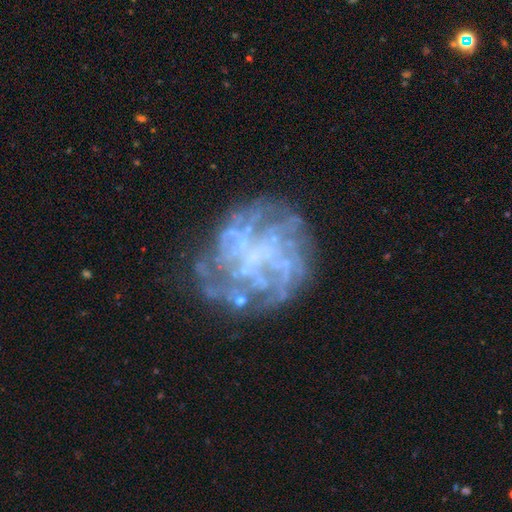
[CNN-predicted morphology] Smooth or featured? featured or disk (77%)
Edge-on disk? no (98%)
Bar? no (79%)
Spiral arms? yes (53%)
Bulge size? none (72%)
Merging? none (64%)